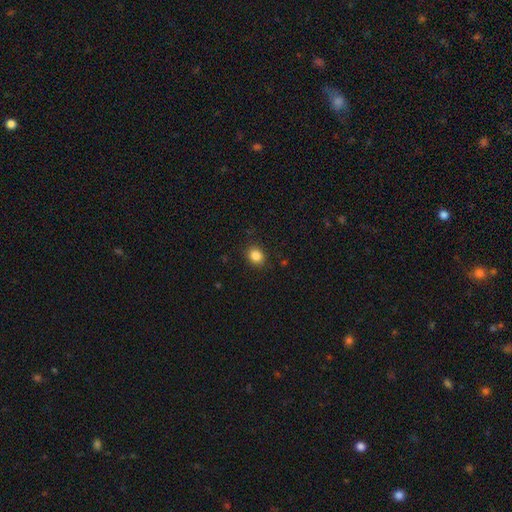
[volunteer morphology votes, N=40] Volunteers were most divided on "how rounded": round: 57%, in between: 43%, cigar-shaped: 0%. More confident: smooth or featured — smooth (92%); merging — none (86%).